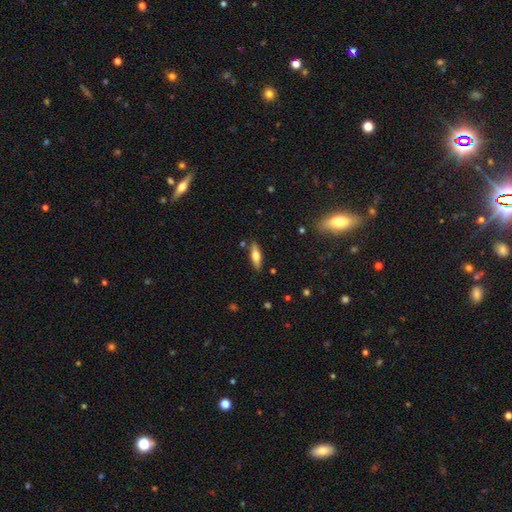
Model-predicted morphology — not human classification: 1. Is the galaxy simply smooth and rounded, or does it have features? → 55% smooth, 38% featured or disk, 7% star or artifact.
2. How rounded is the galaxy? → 49% cigar-shaped, 48% in between, 2% round.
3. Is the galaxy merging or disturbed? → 84% none, 11% minor disturbance, 3% merger, 2% major disturbance.